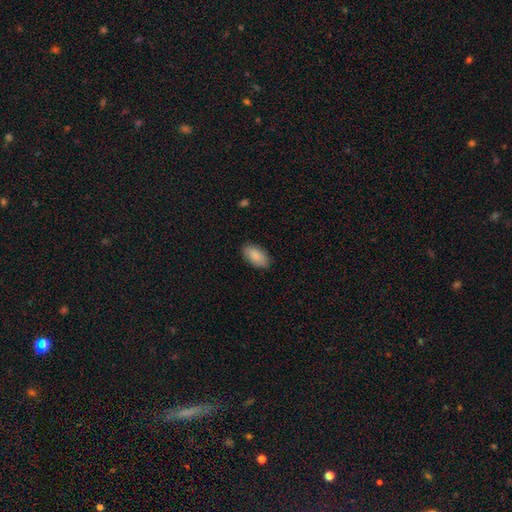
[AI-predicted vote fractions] The model was most divided on "merging": none: 88%, minor disturbance: 9%, major disturbance: 2%, merger: 1%. More confident: how rounded — in between (94%); smooth or featured — smooth (89%).